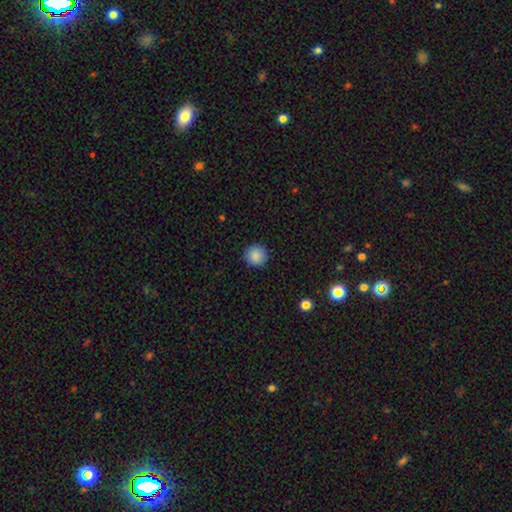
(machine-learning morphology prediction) A smooth galaxy with no disk features (88%) that is round (95%). Merging: none (92%).